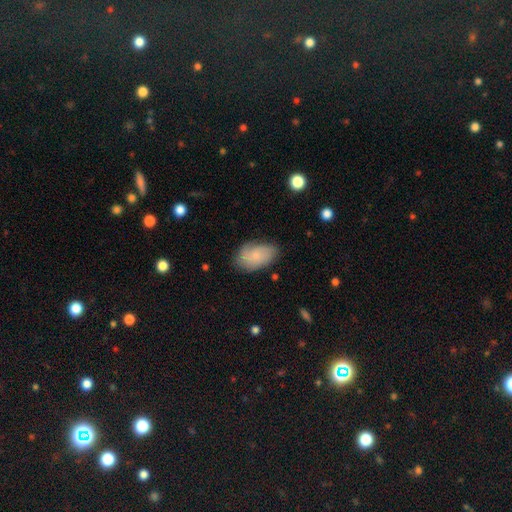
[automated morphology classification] The model was most divided on "merging": none: 67%, minor disturbance: 25%, major disturbance: 6%, merger: 2%. More confident: how rounded — in between (91%); smooth or featured — smooth (68%).